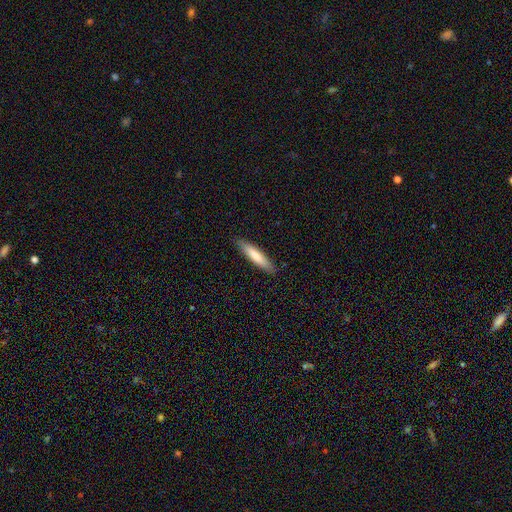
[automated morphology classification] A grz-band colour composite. It shows a smooth galaxy with no disk features (75%) that is cigar-shaped (85%). Merging: none (88%).